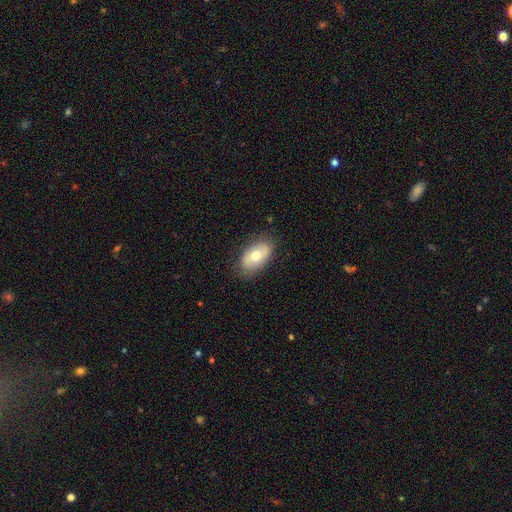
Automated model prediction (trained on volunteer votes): Smooth or featured? Predicted: smooth (p=0.56). How rounded? Predicted: in between (p=0.91). Merging? Predicted: none (p=0.83).